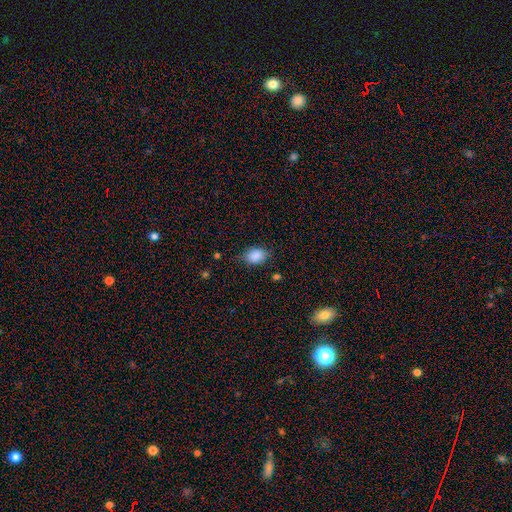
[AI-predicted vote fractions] Smooth or featured: smooth — 87% (star or artifact — 8%)
How rounded: in between — 72% (round — 27%)
Merging: none — 71% (minor disturbance — 22%)